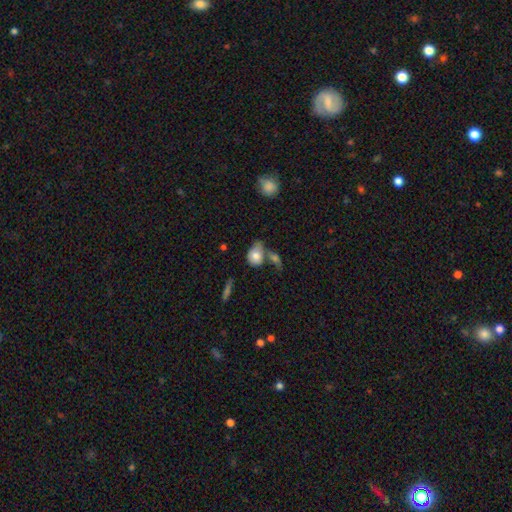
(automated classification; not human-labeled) Q: Smooth or featured?
A: smooth (78%); runner-up: featured or disk (15%)
Q: How rounded?
A: in between (66%); runner-up: round (32%)
Q: Merging?
A: merger (37%); runner-up: none (32%)